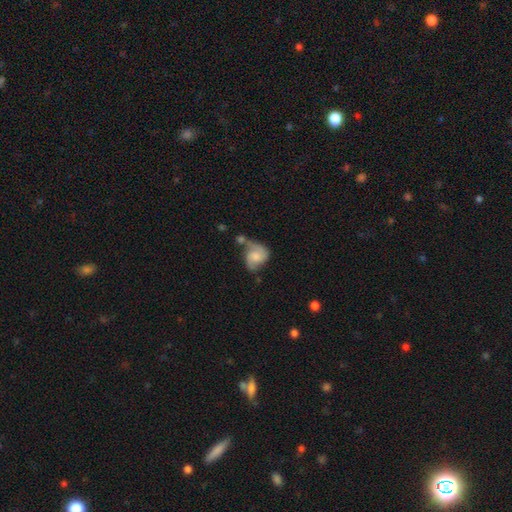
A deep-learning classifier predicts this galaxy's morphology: Smooth or featured?
  - featured or disk: 54% *
  - smooth: 39%
  - star or artifact: 8%
Edge-on disk?
  - no: 97% *
  - yes: 3%
Bar?
  - no: 67% *
  - weak: 28%
  - strong: 5%
Spiral arms?
  - yes: 85% *
  - no: 15%
Bulge size?
  - small: 34% * (tied)
  - moderate: 34% * (tied)
  - none: 20%
  - large: 9%
  - dominant: 2%
Merging?
  - none: 33% *
  - minor disturbance: 25%
  - merger: 24%
  - major disturbance: 18%